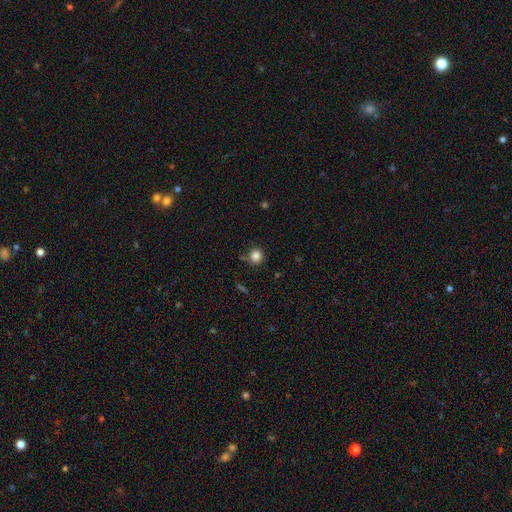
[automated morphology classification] smooth-or-featured: smooth: 84% | star or artifact: 11% | featured or disk: 5%
  how-rounded: round: 91% | in between: 8% | cigar-shaped: 1%
  merging: none: 80% | minor disturbance: 13% | merger: 4% | major disturbance: 3%